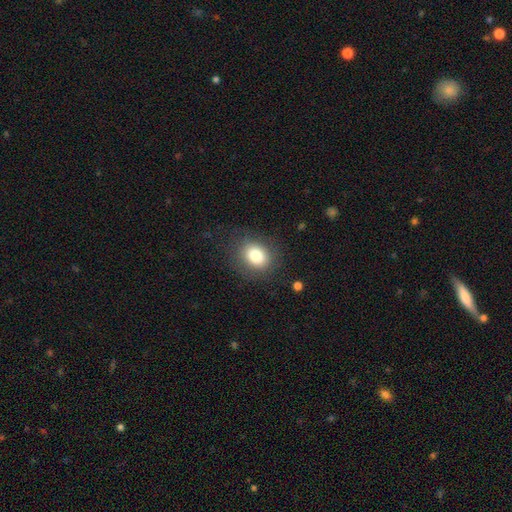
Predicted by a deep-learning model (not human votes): smooth-or-featured: smooth: 81% | star or artifact: 10% | featured or disk: 9%
  how-rounded: round: 55% | in between: 45% | cigar-shaped: 1%
  merging: none: 83% | minor disturbance: 11% | major disturbance: 5% | merger: 1%